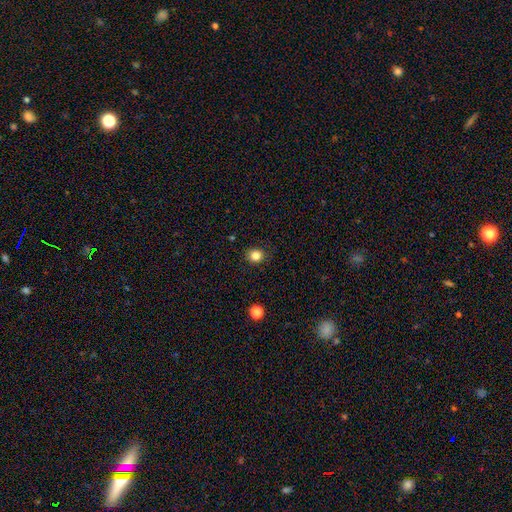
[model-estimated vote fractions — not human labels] Smooth or featured? smooth (84%)
How rounded? round (81%)
Merging? none (89%)